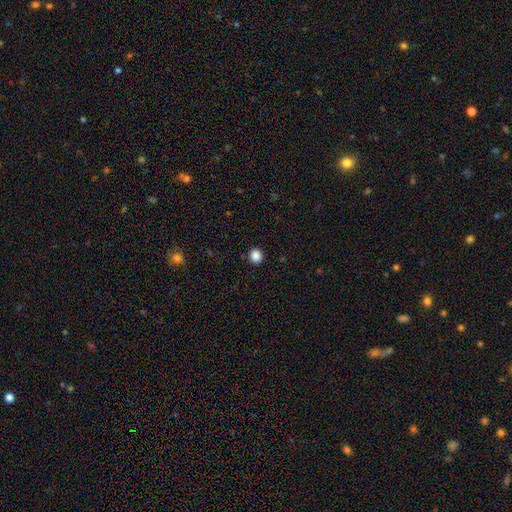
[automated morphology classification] Smooth or featured? smooth (87%)
How rounded? round (81%)
Merging? none (91%)